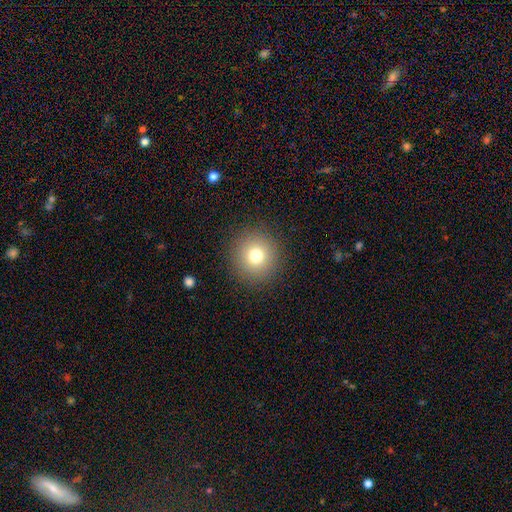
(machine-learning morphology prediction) smooth_or_featured: smooth (p=0.76) [alt: star or artifact p=0.14]
how_rounded: round (p=0.95) [alt: in between p=0.04]
merging: none (p=0.90) [alt: minor disturbance p=0.06]